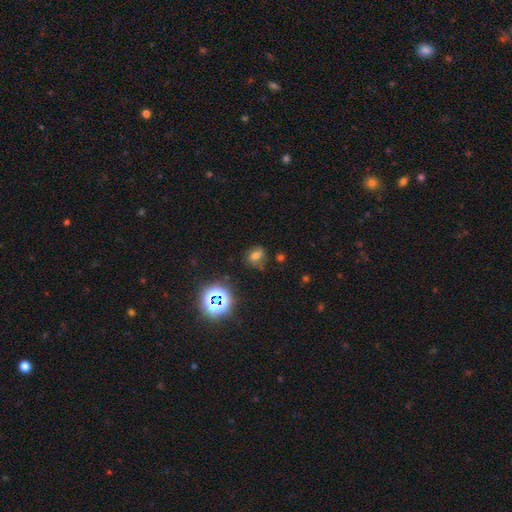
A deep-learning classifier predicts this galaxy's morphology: A smooth galaxy with no disk features (55%) that is in between round and cigar-shaped (56%). Merging: none (61%).